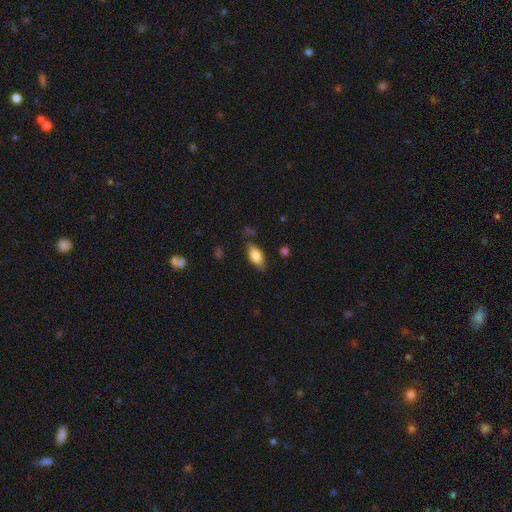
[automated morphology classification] A smooth galaxy with no disk features (81%) that is in between round and cigar-shaped (87%). Merging: none (78%).